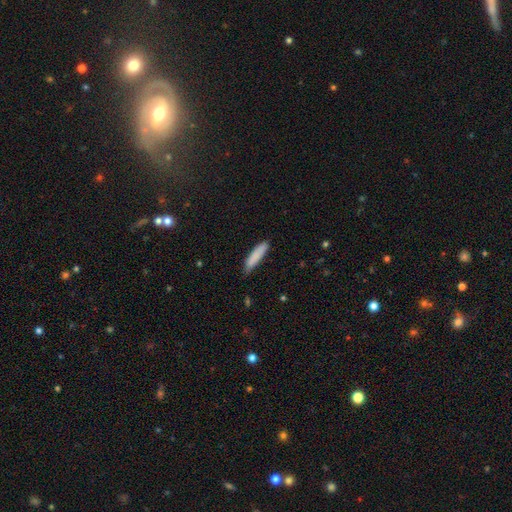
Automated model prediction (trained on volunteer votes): Smooth or featured? Predicted: smooth (p=0.85). How rounded? Predicted: cigar-shaped (p=0.78). Merging? Predicted: none (p=0.71).